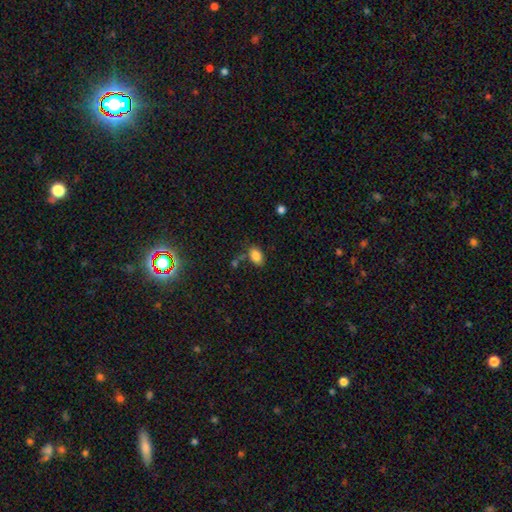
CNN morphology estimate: Smooth or featured: smooth — 84% (star or artifact — 9%)
How rounded: in between — 90% (round — 9%)
Merging: none — 71% (minor disturbance — 16%)